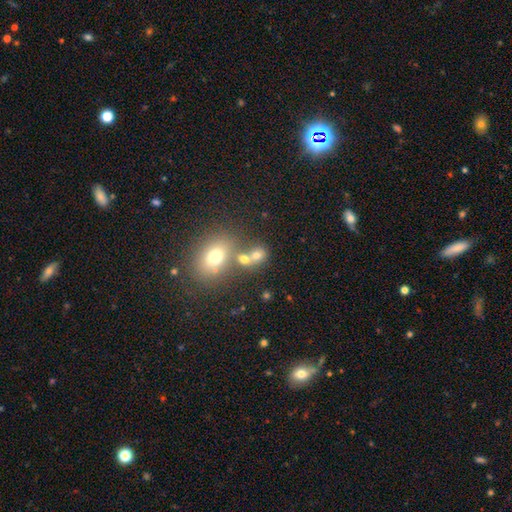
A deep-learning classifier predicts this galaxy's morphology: Smooth or featured: smooth — 67% (star or artifact — 17%)
How rounded: round — 49% (in between — 48%)
Merging: none — 43% (merger — 42%)